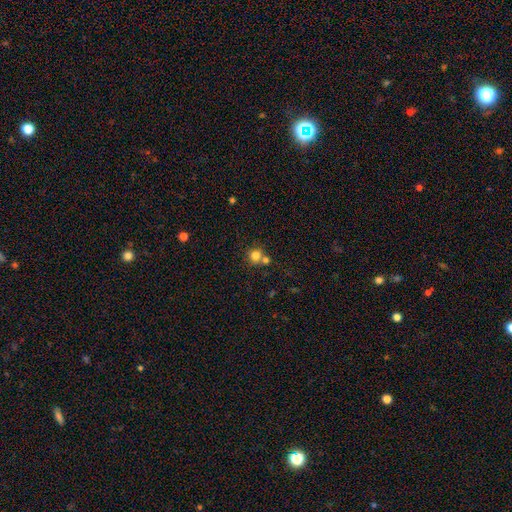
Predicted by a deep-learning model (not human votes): This appears to be a smooth galaxy with no disk features (80%) that is round (90%). Merging: none (59%).